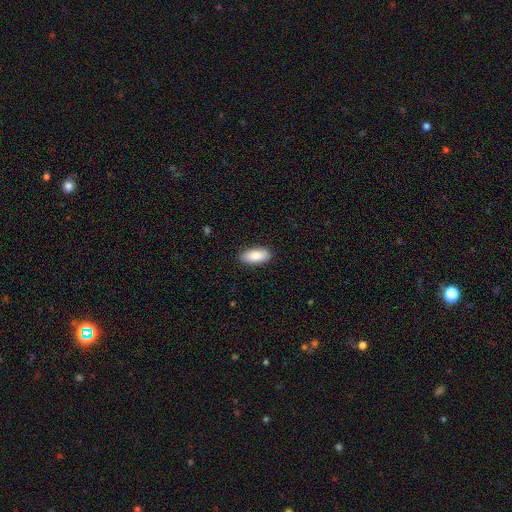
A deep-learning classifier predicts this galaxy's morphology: Smooth or featured? Predicted: smooth (p=0.86). How rounded? Predicted: in between (p=0.88). Merging? Predicted: none (p=0.88).